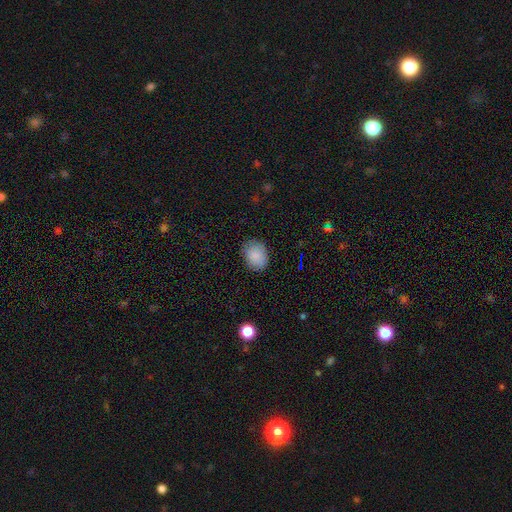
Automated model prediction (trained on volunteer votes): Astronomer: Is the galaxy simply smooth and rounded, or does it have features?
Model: smooth — 87%.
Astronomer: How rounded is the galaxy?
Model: in between — 58% (runner-up: round, 41%).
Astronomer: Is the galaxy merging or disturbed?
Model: none — 81%.